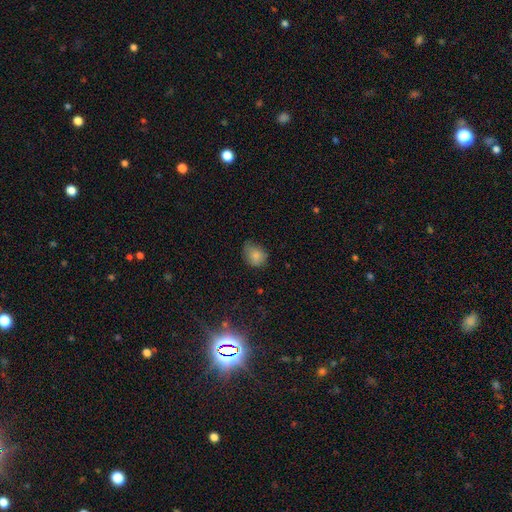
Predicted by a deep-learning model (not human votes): smooth_or_featured: smooth (p=0.82) [alt: star or artifact p=0.10]
how_rounded: in between (p=0.55) [alt: round p=0.44]
merging: none (p=0.59) [alt: minor disturbance p=0.33]